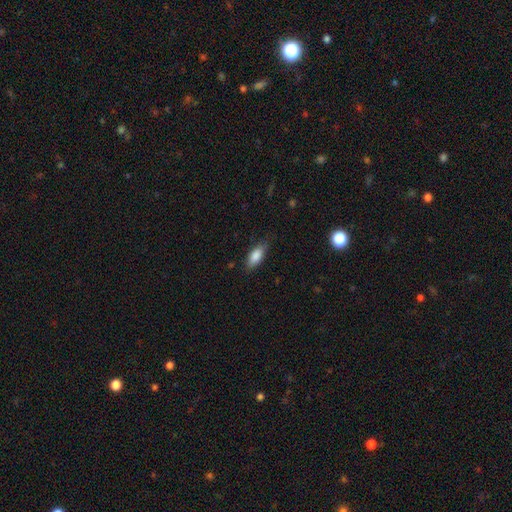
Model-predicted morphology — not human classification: Smooth or featured? smooth (85%)
How rounded? in between (81%)
Merging? none (78%)